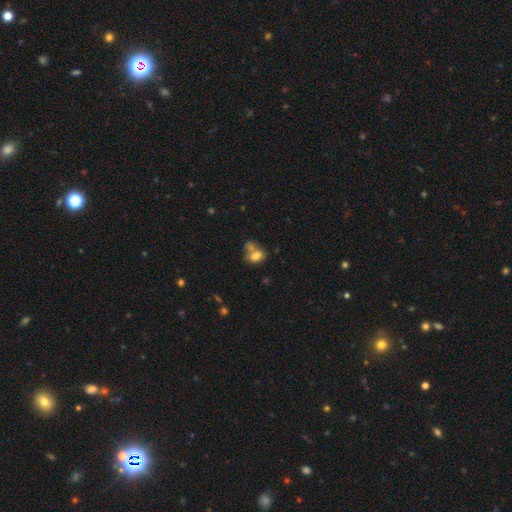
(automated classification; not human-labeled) smooth-or-featured: smooth: 76% | featured or disk: 13% | star or artifact: 11%
  how-rounded: in between: 80% | round: 18% | cigar-shaped: 2%
  merging: merger: 46% | none: 34% | minor disturbance: 13% | major disturbance: 7%